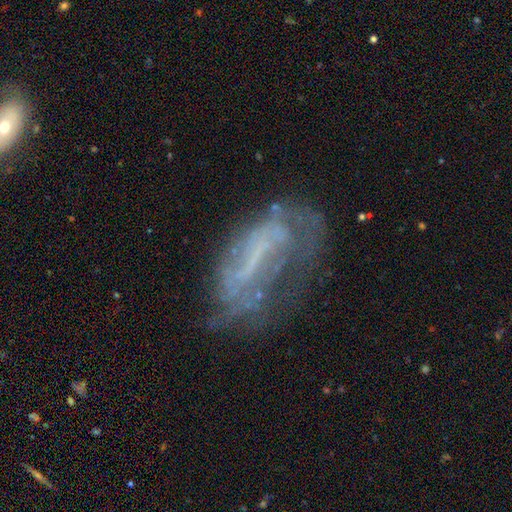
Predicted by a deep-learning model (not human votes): Q: Smooth or featured?
A: featured or disk (65%); runner-up: smooth (22%)
Q: Edge-on disk?
A: no (93%); runner-up: yes (7%)
Q: Bar?
A: no (41%); runner-up: weak (30%)
Q: Spiral arms?
A: no (50%); tied with: yes (50%)
Q: Bulge size?
A: none (65%); runner-up: small (21%)
Q: Merging?
A: none (39%); runner-up: major disturbance (32%)